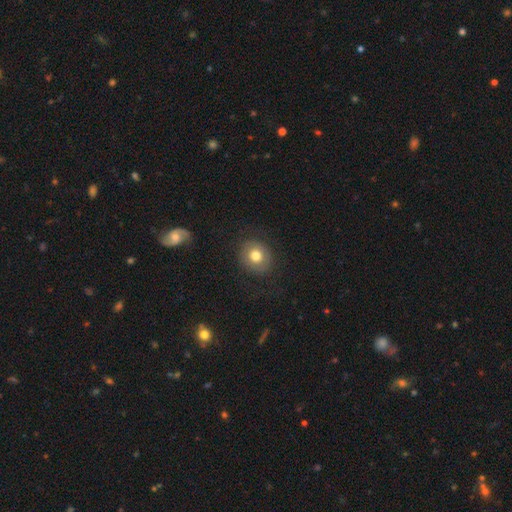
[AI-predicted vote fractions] A smooth galaxy with no disk features (74%) that is round (78%).

Vote fractions:
- Smooth or featured? smooth: 74% / featured or disk: 16% / star or artifact: 10%
- How rounded? round: 78% / in between: 21% / cigar-shaped: 1%
- Merging? none: 82% / minor disturbance: 11% / major disturbance: 6% / merger: 1%